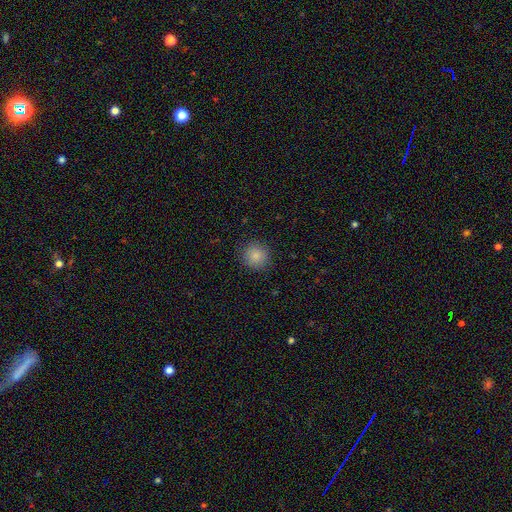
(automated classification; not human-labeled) smooth-or-featured: smooth: 85% | star or artifact: 11% | featured or disk: 5%
  how-rounded: round: 93% | in between: 6% | cigar-shaped: 1%
  merging: none: 90% | minor disturbance: 7% | major disturbance: 2% | merger: 1%